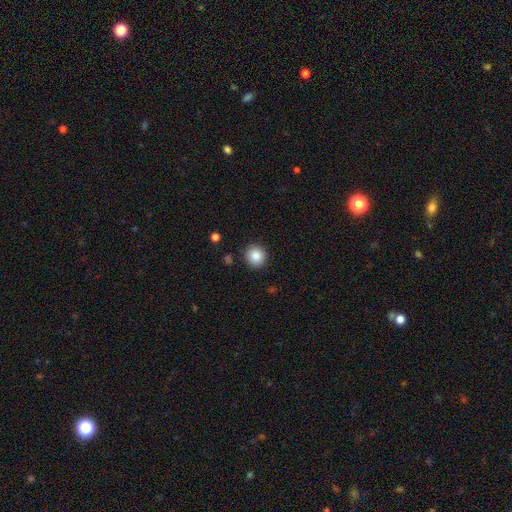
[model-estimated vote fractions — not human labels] Q: Smooth or featured?
A: smooth (85%); runner-up: star or artifact (9%)
Q: How rounded?
A: round (94%); runner-up: in between (5%)
Q: Merging?
A: none (91%); runner-up: minor disturbance (6%)